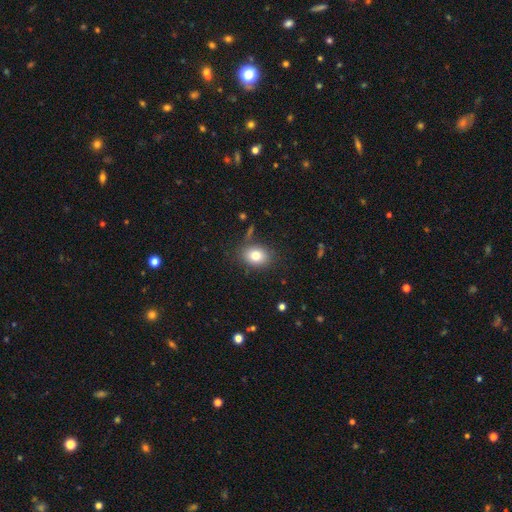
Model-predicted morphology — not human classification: Smooth or featured? smooth (79%)
How rounded? in between (55%)
Merging? none (82%)